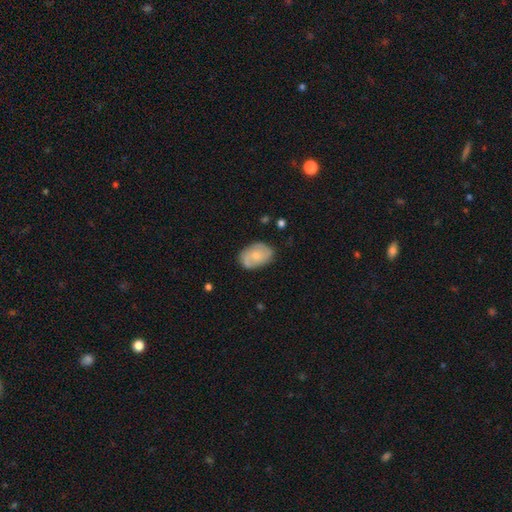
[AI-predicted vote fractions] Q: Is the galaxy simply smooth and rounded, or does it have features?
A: smooth — 54%.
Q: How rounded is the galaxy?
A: in between — 83%.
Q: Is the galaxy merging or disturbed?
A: none — 71%.